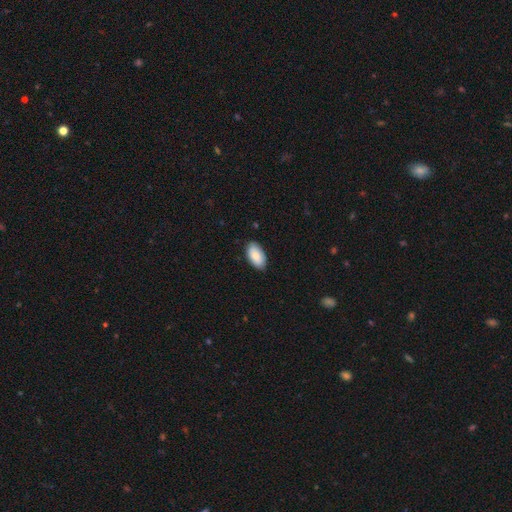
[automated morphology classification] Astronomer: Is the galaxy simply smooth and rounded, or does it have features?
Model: smooth — 82%.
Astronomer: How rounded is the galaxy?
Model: in between — 95%.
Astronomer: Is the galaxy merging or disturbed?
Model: none — 86%.